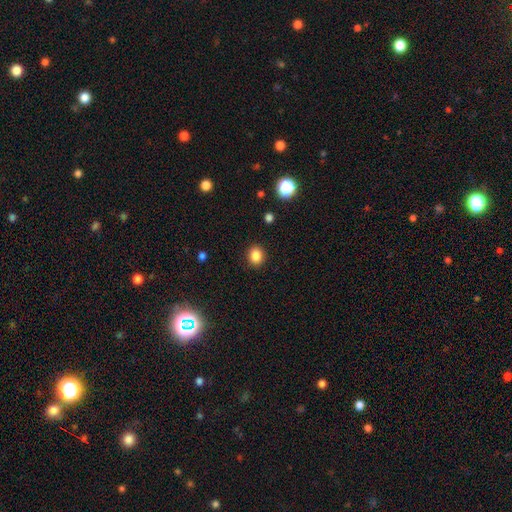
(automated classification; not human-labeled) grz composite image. It shows a smooth galaxy with no disk features (85%) that is round (67%). Merging: none (91%).